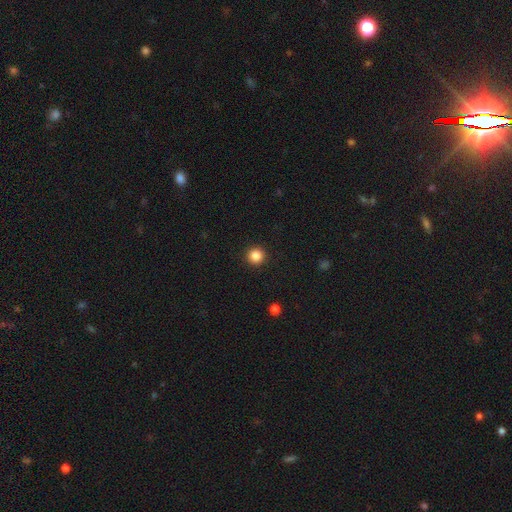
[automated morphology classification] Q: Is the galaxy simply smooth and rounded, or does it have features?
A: smooth — 86%.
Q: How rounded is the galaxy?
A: round — 96%.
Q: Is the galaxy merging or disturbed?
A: none — 93%.